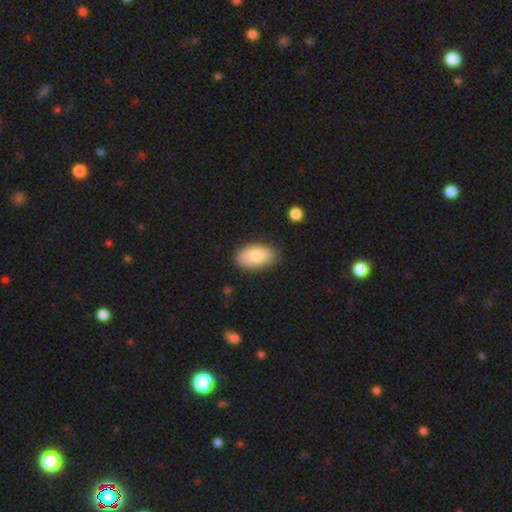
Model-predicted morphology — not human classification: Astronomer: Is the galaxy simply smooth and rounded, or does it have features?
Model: smooth — 81%.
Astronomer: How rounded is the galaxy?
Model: in between — 94%.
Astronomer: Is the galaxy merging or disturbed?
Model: none — 84%.